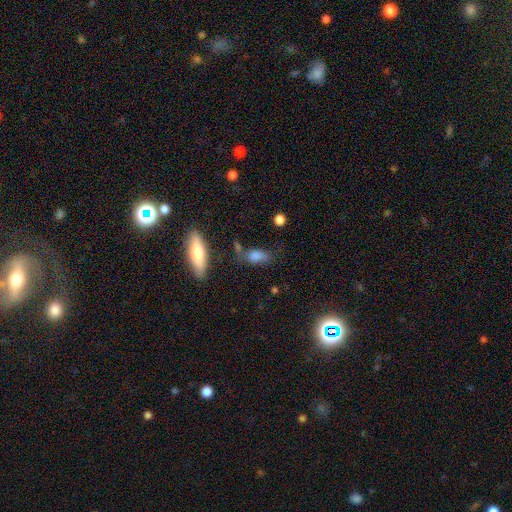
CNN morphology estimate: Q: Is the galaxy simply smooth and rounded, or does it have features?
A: smooth — 78%.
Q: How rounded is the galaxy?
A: in between — 76%.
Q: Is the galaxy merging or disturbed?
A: none — 56%.